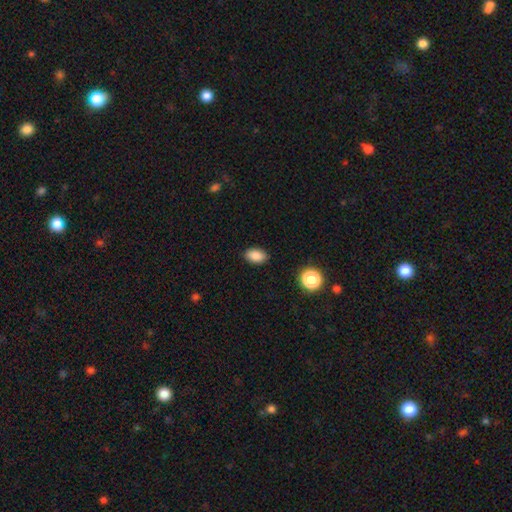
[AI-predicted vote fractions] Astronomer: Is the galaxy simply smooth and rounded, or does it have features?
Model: smooth — 87%.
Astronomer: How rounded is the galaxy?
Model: in between — 88%.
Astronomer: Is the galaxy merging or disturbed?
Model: none — 87%.